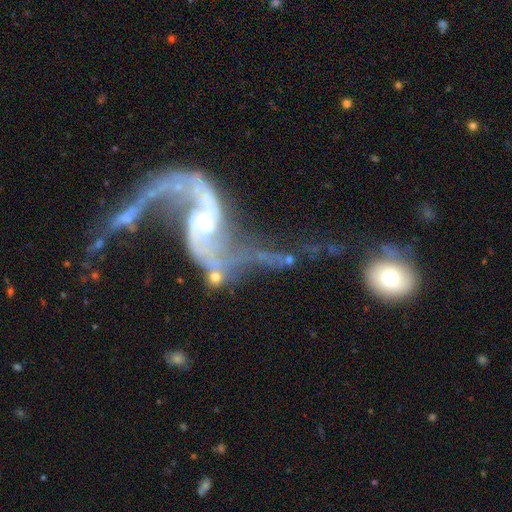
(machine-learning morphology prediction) A featured or disk galaxy (88%) with no bar (48%), 2 (89%) loose (85%) spiral arms (92%) and a small central bulge (58%).

Vote fractions:
- Smooth or featured? featured or disk: 88% / star or artifact: 7% / smooth: 5%
- Edge-on disk? no: 96% / yes: 4%
- Bar? no: 48% / weak: 36% / strong: 16%
- Spiral arms? yes: 92% / no: 8%
- Spiral winding? loose: 85% / medium: 11% / tight: 4%
- Spiral arm count? 2: 89% / 1: 4% / can't tell: 3% / 3: 2% / 4: 1% / more than 4: 1%
- Bulge size? small: 58% / moderate: 26% / none: 11% / large: 3% / dominant: 2%
- Merging? merger: 33% / major disturbance: 30% / none: 25% / minor disturbance: 13%